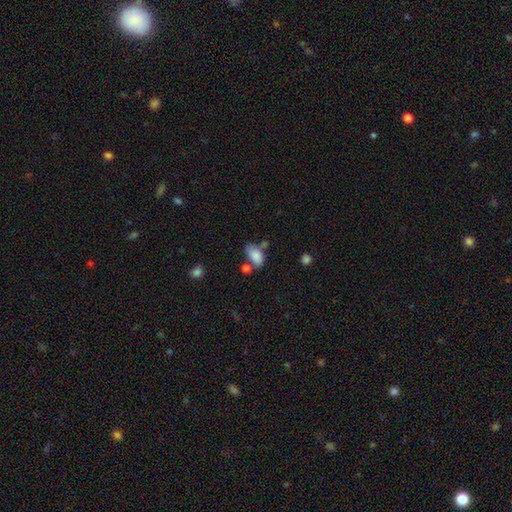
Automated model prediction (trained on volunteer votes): smooth_or_featured: smooth (p=0.82) [alt: featured or disk p=0.09]
how_rounded: in between (p=0.91) [alt: round p=0.07]
merging: none (p=0.43) [alt: merger p=0.26]